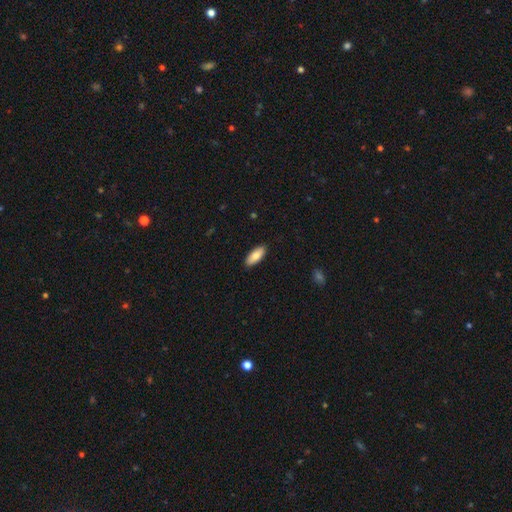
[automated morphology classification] This is clearly a smooth galaxy (84%). How rounded: clearly in between (82%). Merging: clearly none (90%).